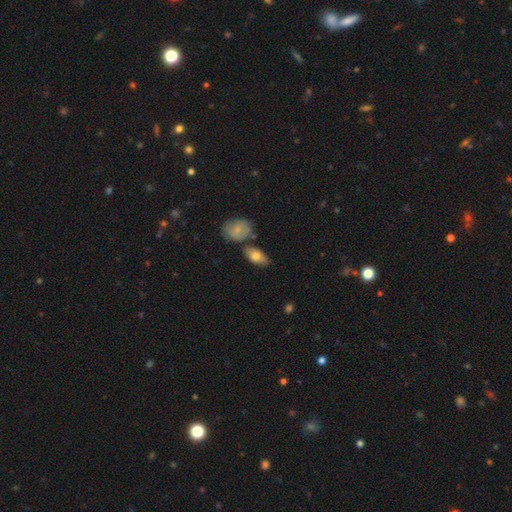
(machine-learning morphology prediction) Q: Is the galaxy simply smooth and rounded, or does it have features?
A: smooth — 76%.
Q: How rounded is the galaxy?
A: in between — 90%.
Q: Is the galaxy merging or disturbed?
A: none — 65%.